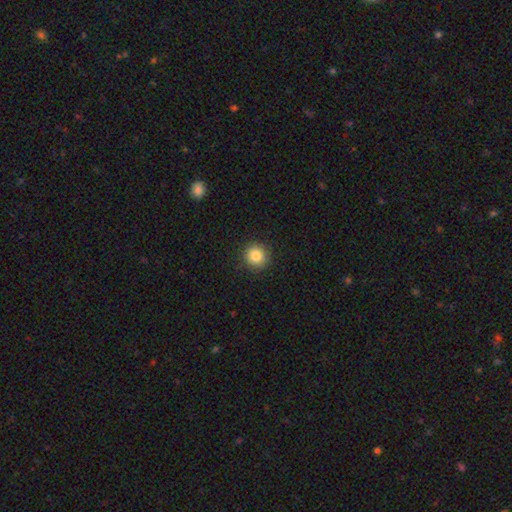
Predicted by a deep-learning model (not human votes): The model was most divided on "smooth or featured": smooth: 84%, star or artifact: 10%, featured or disk: 6%. More confident: how rounded — round (92%); merging — none (91%).